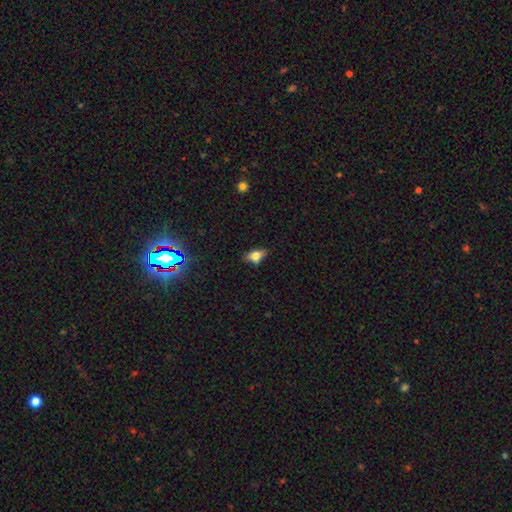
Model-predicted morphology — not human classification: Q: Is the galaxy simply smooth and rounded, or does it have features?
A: smooth — 66%.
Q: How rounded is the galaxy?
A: in between — 79%.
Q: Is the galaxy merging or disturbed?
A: none — 66%.